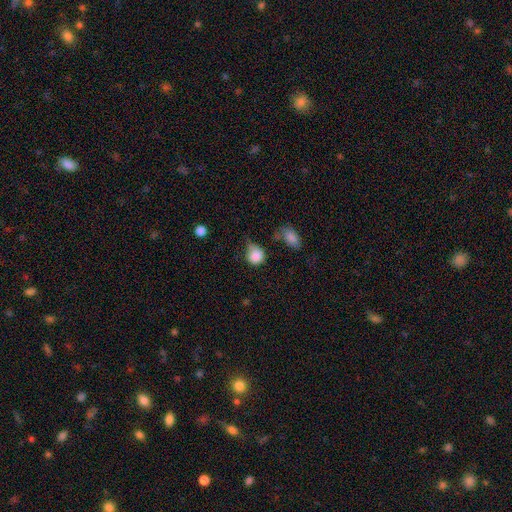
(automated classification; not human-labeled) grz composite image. It shows a smooth galaxy with no disk features (84%) that is round (79%). Merging: none (39%).